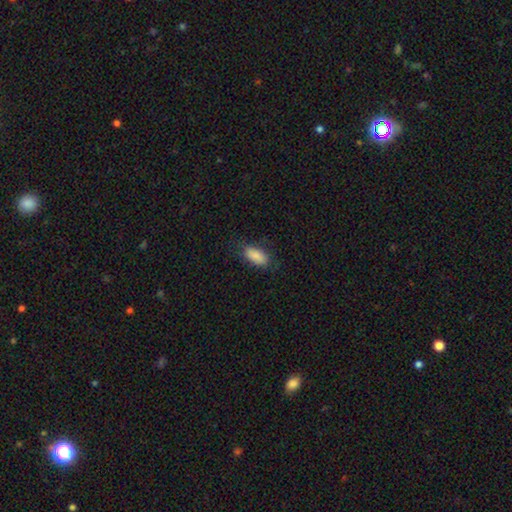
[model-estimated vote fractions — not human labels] This is clearly a smooth galaxy (87%). How rounded: clearly in between (87%). Merging: likely none (76%).